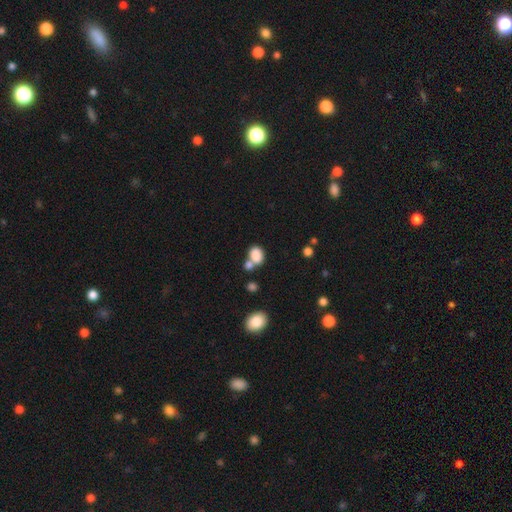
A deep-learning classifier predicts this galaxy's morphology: type=smooth (84%); roundness=in between (68%); merging=merger (43%).